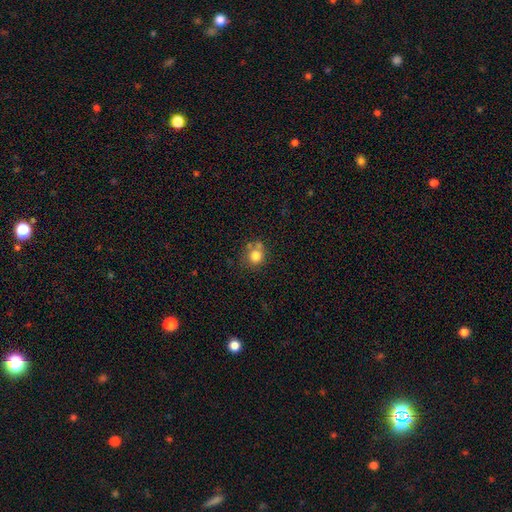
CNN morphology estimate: Smooth or featured? Predicted: smooth (p=0.79). How rounded? Predicted: round (p=0.80). Merging? Predicted: none (p=0.59).